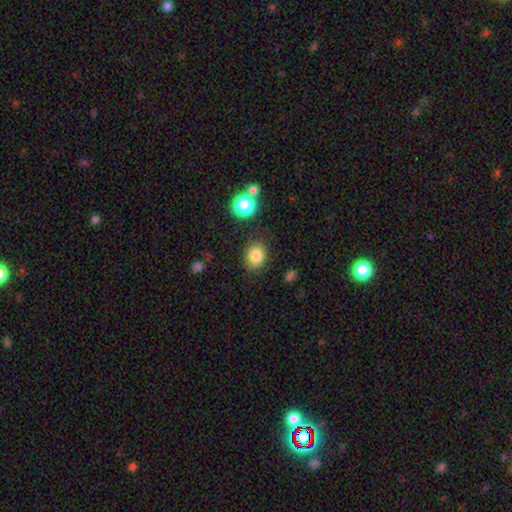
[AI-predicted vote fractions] Smooth or featured: smooth — 83% (star or artifact — 11%)
How rounded: round — 53% (in between — 46%)
Merging: none — 83% (minor disturbance — 11%)